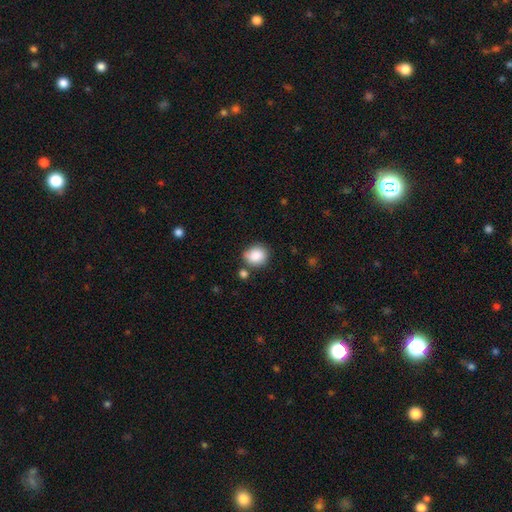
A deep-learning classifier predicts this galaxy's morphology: Smooth or featured?
  - smooth: 87% *
  - star or artifact: 8%
  - featured or disk: 5%
How rounded?
  - round: 73% *
  - in between: 26%
  - cigar-shaped: 1%
Merging?
  - none: 73% *
  - minor disturbance: 15%
  - merger: 8%
  - major disturbance: 4%